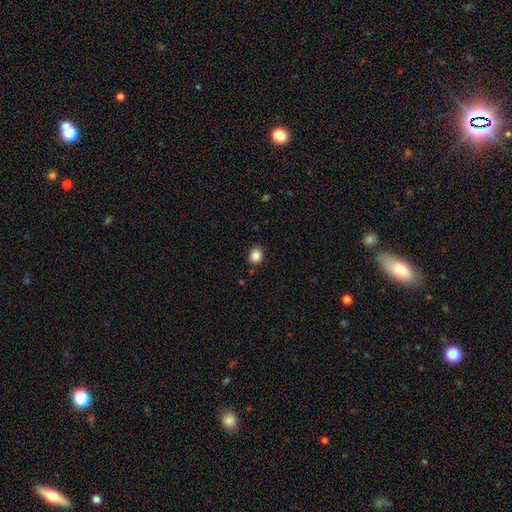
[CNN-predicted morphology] smooth-or-featured: smooth: 86% | star or artifact: 10% | featured or disk: 4%
  how-rounded: round: 73% | in between: 26% | cigar-shaped: 1%
  merging: none: 88% | minor disturbance: 8% | major disturbance: 2% | merger: 1%